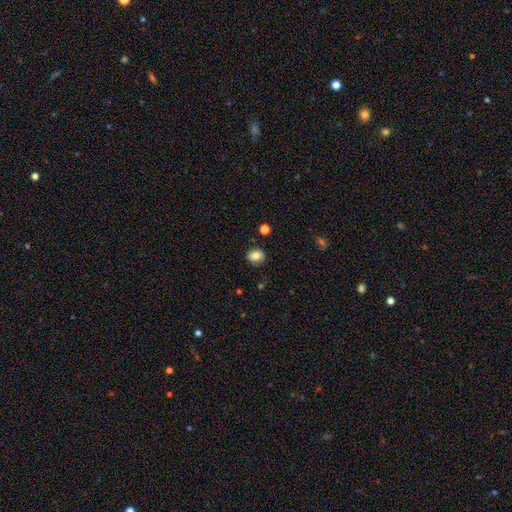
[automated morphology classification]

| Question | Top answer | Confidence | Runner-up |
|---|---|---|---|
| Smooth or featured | smooth | 81% | star or artifact (10%) |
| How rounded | round | 71% | in between (28%) |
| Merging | none | 85% | minor disturbance (11%) |